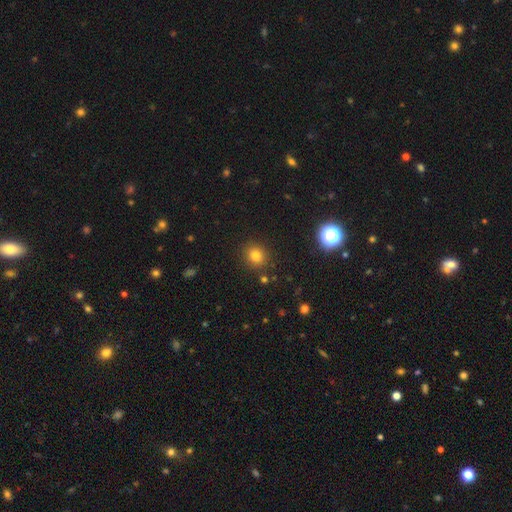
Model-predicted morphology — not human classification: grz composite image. It shows a smooth galaxy with no disk features (79%) that is round (86%). Merging: none (88%).